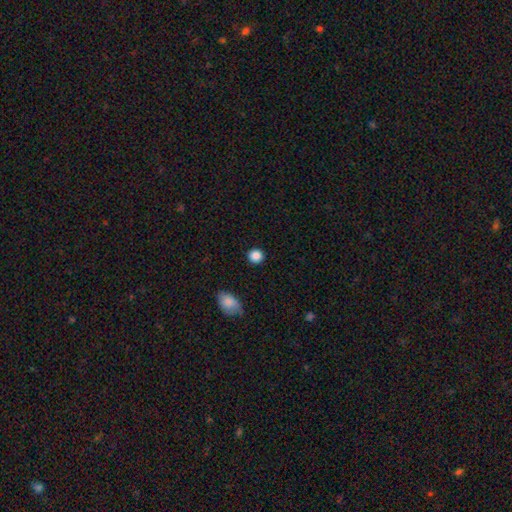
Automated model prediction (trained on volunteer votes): Q: Smooth or featured?
A: smooth (87%); runner-up: star or artifact (9%)
Q: How rounded?
A: round (89%); runner-up: in between (10%)
Q: Merging?
A: none (90%); runner-up: minor disturbance (6%)